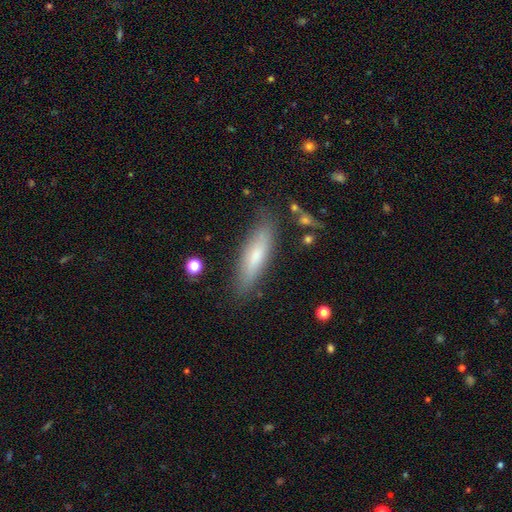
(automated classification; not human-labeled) Smooth or featured?
  - smooth: 68% *
  - featured or disk: 26%
  - star or artifact: 7%
How rounded?
  - cigar-shaped: 65% *
  - in between: 34%
  - round: 2%
Merging?
  - none: 81% *
  - minor disturbance: 13%
  - major disturbance: 3%
  - merger: 2%